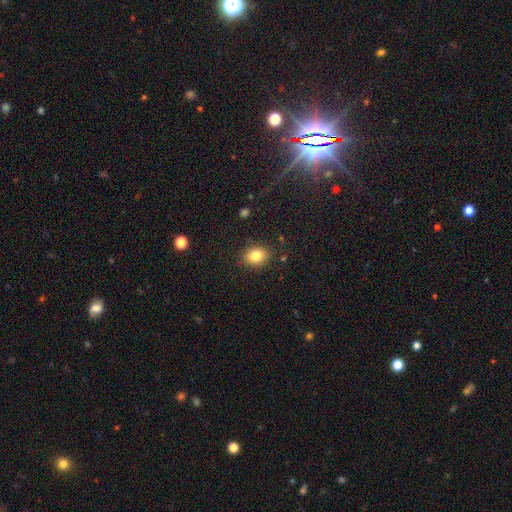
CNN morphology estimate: Smooth or featured: smooth — 82% (star or artifact — 10%)
How rounded: round — 54% (in between — 45%)
Merging: none — 87% (minor disturbance — 9%)